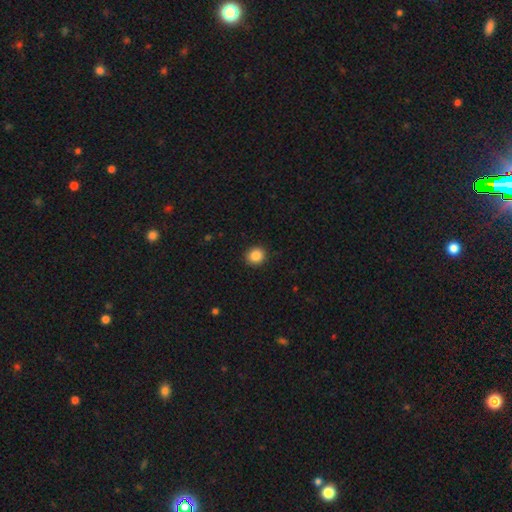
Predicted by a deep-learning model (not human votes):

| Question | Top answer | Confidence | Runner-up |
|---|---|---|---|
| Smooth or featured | smooth | 87% | star or artifact (10%) |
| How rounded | round | 87% | in between (12%) |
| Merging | none | 92% | minor disturbance (6%) |